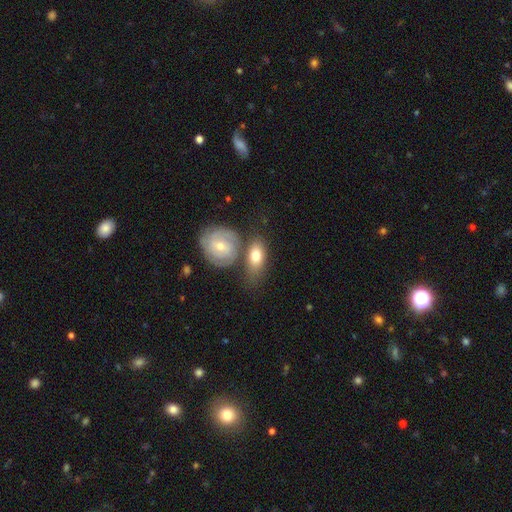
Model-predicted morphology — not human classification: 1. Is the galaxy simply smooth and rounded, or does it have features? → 61% smooth, 34% featured or disk, 5% star or artifact.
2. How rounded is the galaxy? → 80% in between, 14% round, 6% cigar-shaped.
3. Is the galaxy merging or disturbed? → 52% none, 26% merger, 16% minor disturbance, 5% major disturbance.